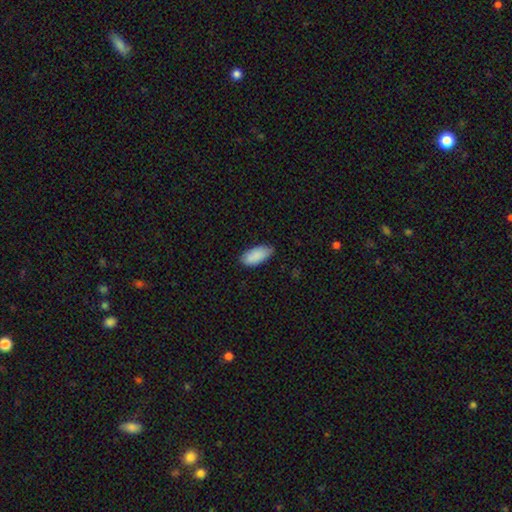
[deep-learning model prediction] Smooth or featured?
  - smooth: 89% *
  - star or artifact: 6%
  - featured or disk: 5%
How rounded?
  - in between: 93% *
  - cigar-shaped: 5%
  - round: 2%
Merging?
  - none: 71% *
  - minor disturbance: 25%
  - major disturbance: 3%
  - merger: 1%